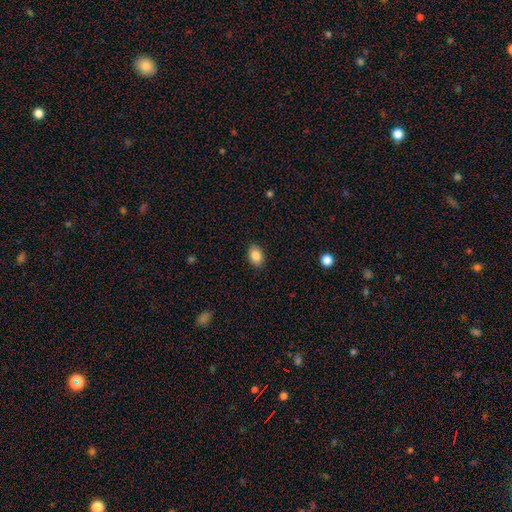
This appears to be a smooth galaxy with no disk features (90%) that is in between round and cigar-shaped (80%). Merging: none (92%).